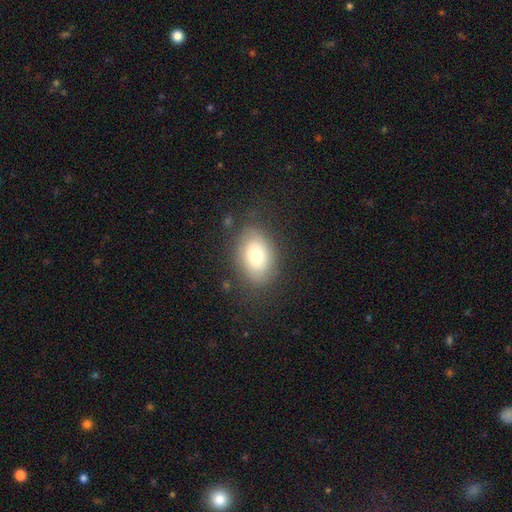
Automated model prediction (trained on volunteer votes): Smooth or featured: smooth — 70% (featured or disk — 20%)
How rounded: in between — 85% (round — 14%)
Merging: none — 77% (minor disturbance — 16%)